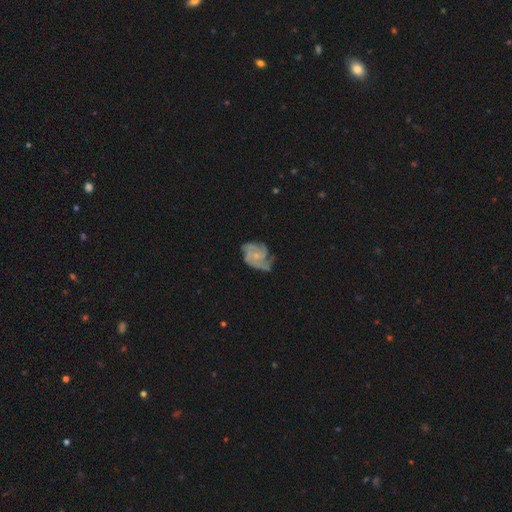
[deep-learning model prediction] Q: Smooth or featured?
A: featured or disk (81%); runner-up: smooth (13%)
Q: Edge-on disk?
A: no (98%); runner-up: yes (2%)
Q: Bar?
A: no (75%); runner-up: weak (22%)
Q: Spiral arms?
A: yes (95%); runner-up: no (5%)
Q: Spiral winding?
A: tight (45%); runner-up: medium (42%)
Q: Spiral arm count?
A: 3 (40%); runner-up: 2 (20%)
Q: Bulge size?
A: small (69%); runner-up: moderate (22%)
Q: Merging?
A: none (53%); runner-up: minor disturbance (28%)